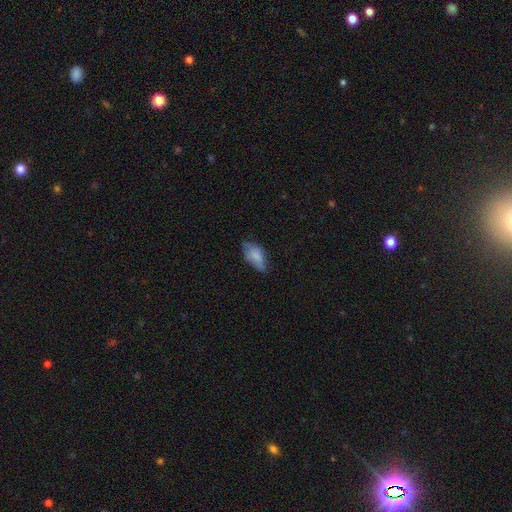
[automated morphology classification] This appears to be a smooth galaxy with no disk features (74%) that is in between round and cigar-shaped (90%). Merging: none (48%).